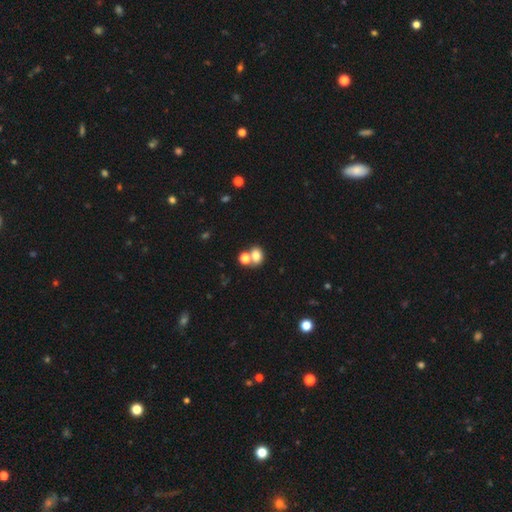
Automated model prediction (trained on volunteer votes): smooth-or-featured: smooth: 77% | star or artifact: 12% | featured or disk: 11%
  how-rounded: in between: 55% | round: 44% | cigar-shaped: 1%
  merging: none: 45% | merger: 42% | minor disturbance: 9% | major disturbance: 4%